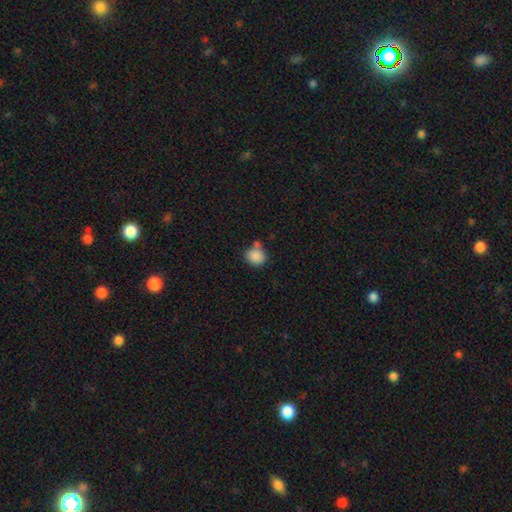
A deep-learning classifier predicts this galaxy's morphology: Q: Smooth or featured?
A: smooth (87%); runner-up: star or artifact (9%)
Q: How rounded?
A: round (77%); runner-up: in between (23%)
Q: Merging?
A: none (62%); runner-up: merger (19%)